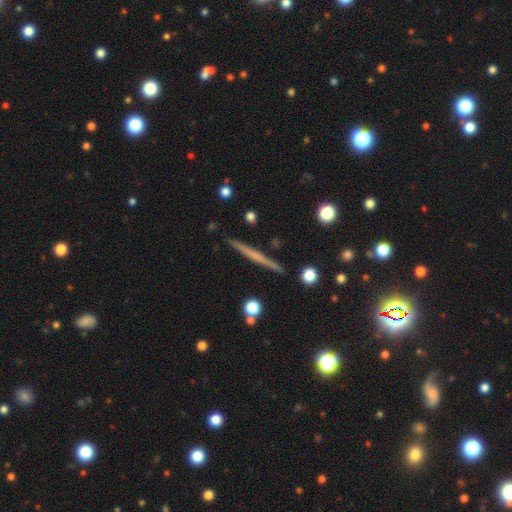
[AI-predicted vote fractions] Morphology: type=featured or disk (55%); edge-on=yes (98%); edge-on bulge=none (79%); merging=none (92%).